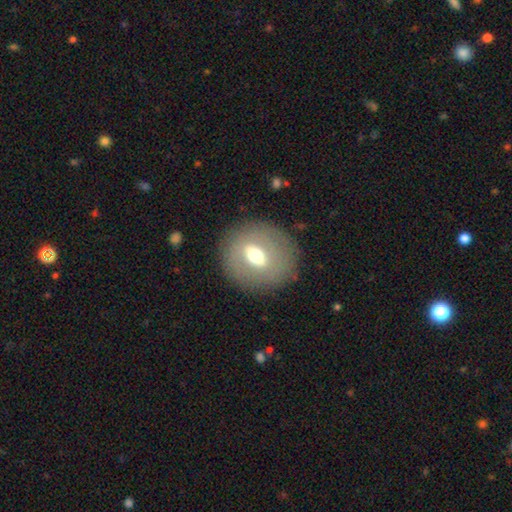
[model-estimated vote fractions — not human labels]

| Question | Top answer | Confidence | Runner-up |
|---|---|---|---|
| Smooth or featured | featured or disk | 46% | smooth (45%) |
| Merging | none | 84% | minor disturbance (9%) |